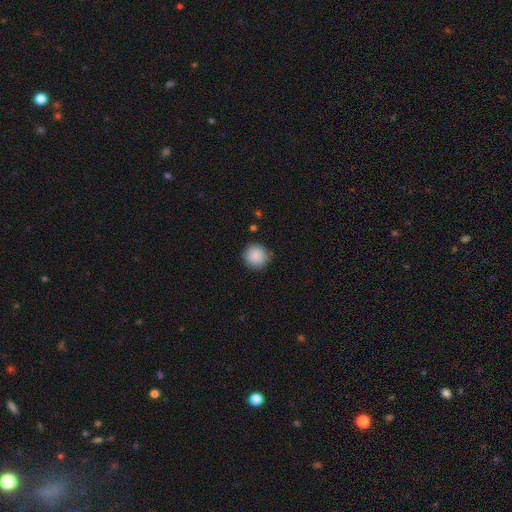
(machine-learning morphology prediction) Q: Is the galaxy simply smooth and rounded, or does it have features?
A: smooth — 89%.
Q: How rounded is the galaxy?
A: round — 95%.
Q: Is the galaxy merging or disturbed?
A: none — 86%.